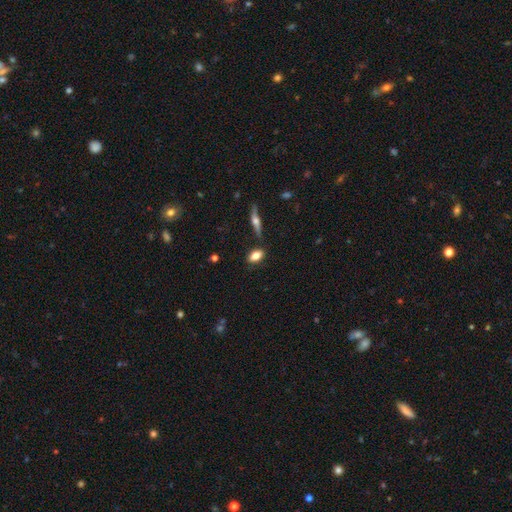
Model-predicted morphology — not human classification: This is likely a smooth galaxy (76%). How rounded: clearly in between (84%). Merging: clearly none (81%).